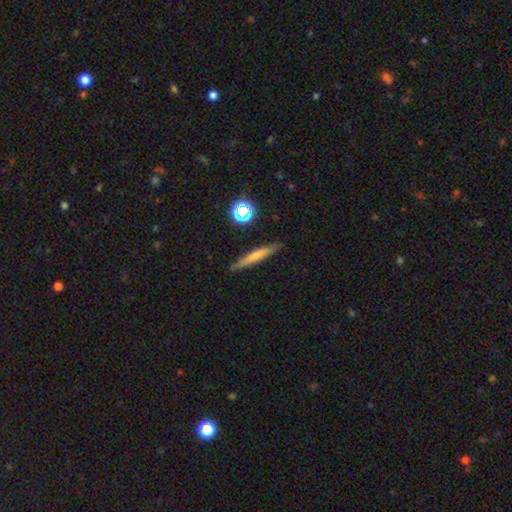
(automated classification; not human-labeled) Smooth or featured? Predicted: smooth (p=0.61). How rounded? Predicted: cigar-shaped (p=0.92). Merging? Predicted: none (p=0.86).